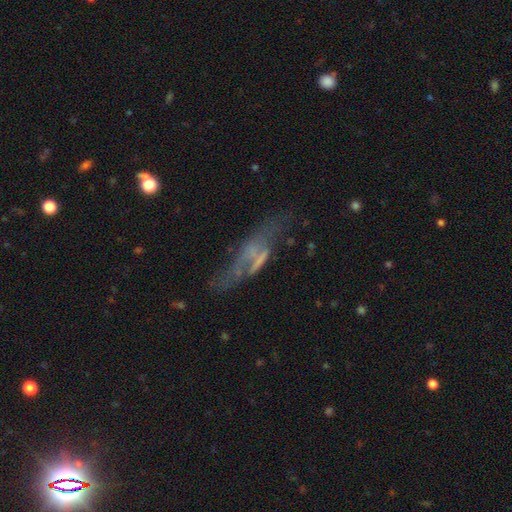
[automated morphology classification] smooth-or-featured: featured or disk: 60% | smooth: 28% | star or artifact: 12%
  disk-edge-on: no: 68% | yes: 32%
  merging: major disturbance: 35% (tied) | none: 35% (tied) | minor disturbance: 22% | merger: 7%